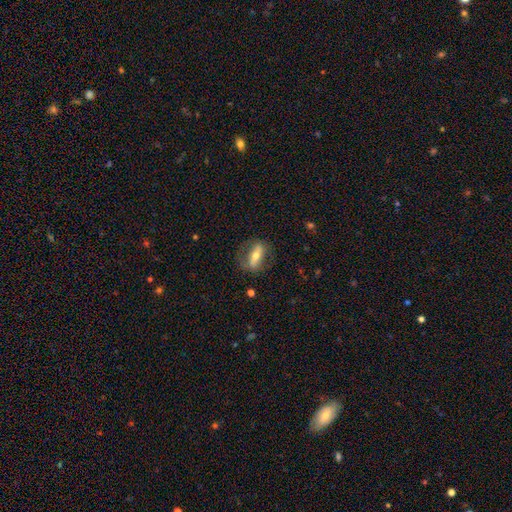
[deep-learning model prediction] Smooth or featured? Predicted: featured or disk (p=0.51). Edge-on disk? Predicted: no (p=0.62). Merging? Predicted: none (p=0.73).